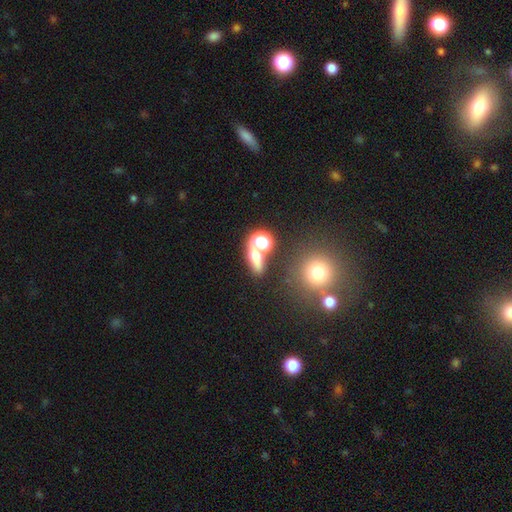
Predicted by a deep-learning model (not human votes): Smooth or featured? Predicted: smooth (p=0.56). How rounded? Predicted: in between (p=0.44). Merging? Predicted: none (p=0.56).